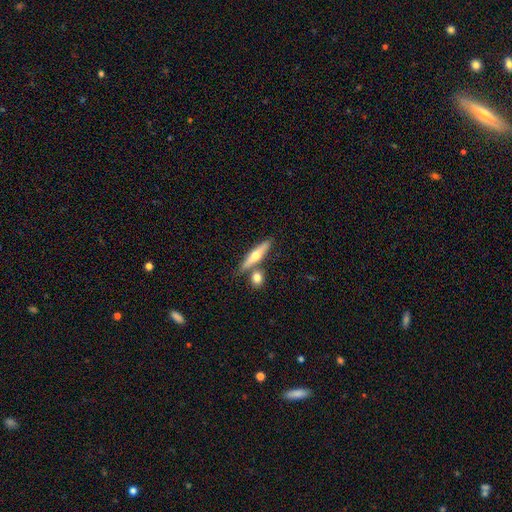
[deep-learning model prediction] smooth-or-featured: featured or disk: 52% | smooth: 42% | star or artifact: 6%
  disk-edge-on: yes: 92% | no: 8%
  merging: none: 68% | merger: 20% | minor disturbance: 10% | major disturbance: 3%